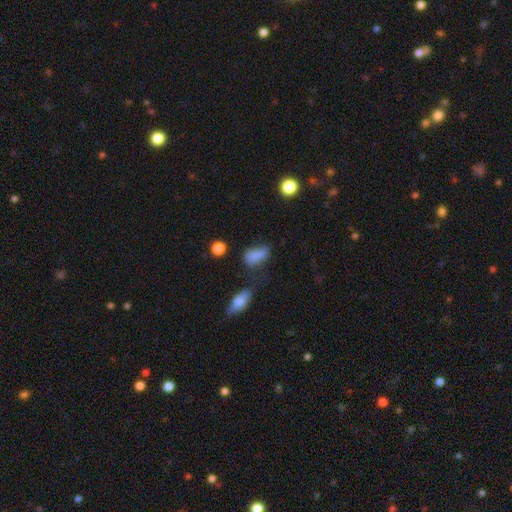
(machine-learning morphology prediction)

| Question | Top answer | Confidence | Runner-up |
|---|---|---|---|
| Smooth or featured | smooth | 78% | star or artifact (12%) |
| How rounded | in between | 84% | cigar-shaped (9%) |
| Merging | none | 41% | minor disturbance (30%) |